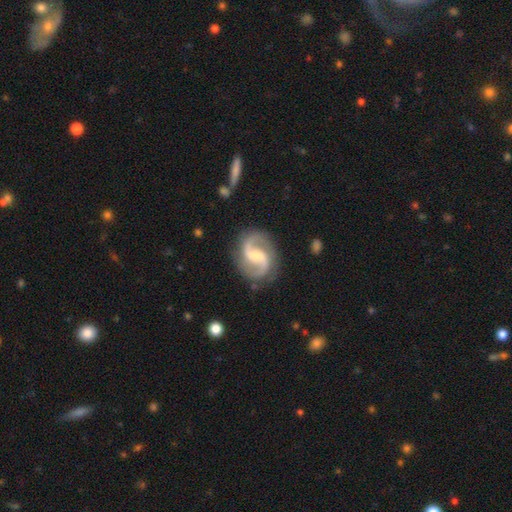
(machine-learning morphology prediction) type=featured or disk (91%); edge-on=no (98%); bar=weak (51%); spiral arms=yes (98%); winding=medium (54%); arm count=2 (94%); bulge=small (39%, tied with moderate); merging=none (84%).